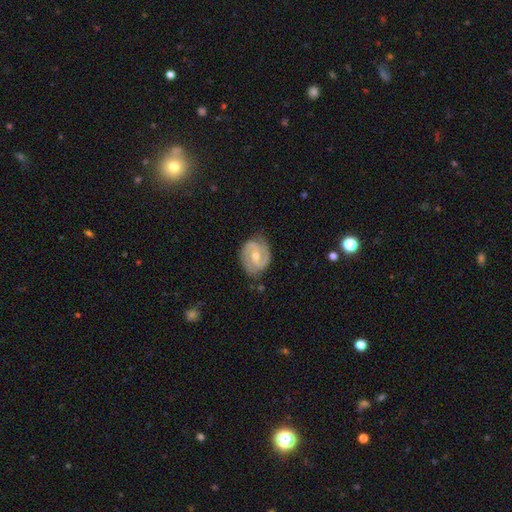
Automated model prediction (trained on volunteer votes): smooth_or_featured: featured or disk (p=0.83) [alt: smooth p=0.12]
disk_edge_on: no (p=0.98) [alt: yes p=0.02]
bar: weak (p=0.51) [alt: no p=0.34]
has_spiral_arms: yes (p=0.95) [alt: no p=0.05]
spiral_winding: medium (p=0.46) [alt: tight p=0.44]
spiral_arm_count: 2 (p=0.90) [alt: can't tell p=0.05]
bulge_size: moderate (p=0.68) [alt: small p=0.25]
merging: none (p=0.78) [alt: minor disturbance p=0.17]